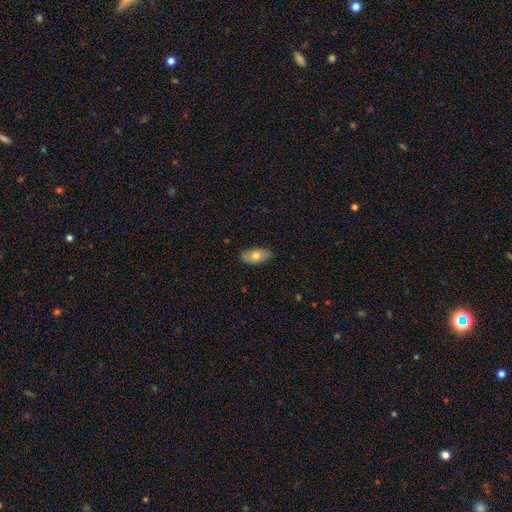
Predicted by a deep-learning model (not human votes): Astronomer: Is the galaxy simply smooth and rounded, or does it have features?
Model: smooth — 70%.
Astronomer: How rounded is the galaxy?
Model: in between — 93%.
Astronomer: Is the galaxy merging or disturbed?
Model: none — 83%.